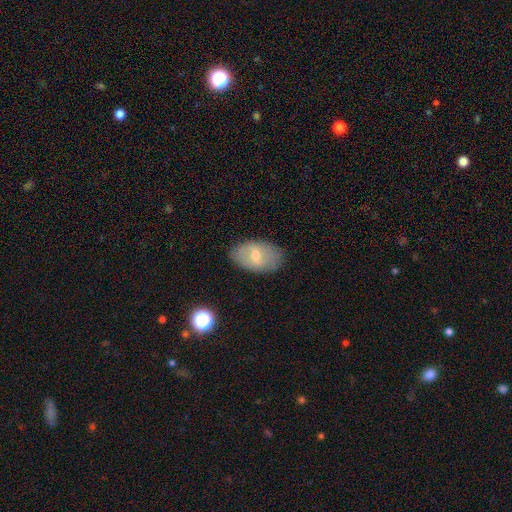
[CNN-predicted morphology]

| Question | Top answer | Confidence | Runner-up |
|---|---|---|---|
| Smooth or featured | smooth | 49% | featured or disk (42%) |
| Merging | none | 81% | minor disturbance (14%) |